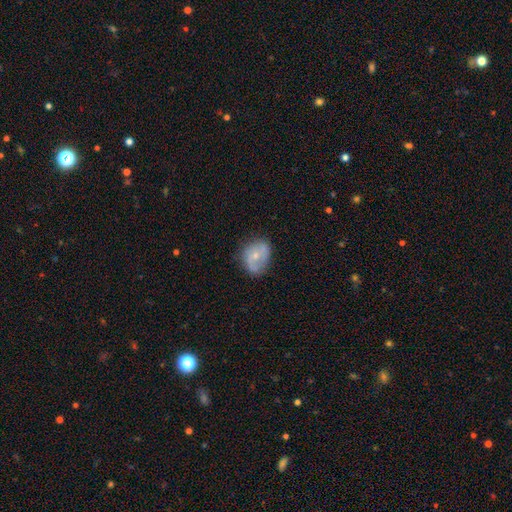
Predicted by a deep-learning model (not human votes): featured or disk 48%, smooth 44%, star or artifact 8%. Down the decision tree: merging — none (59%).